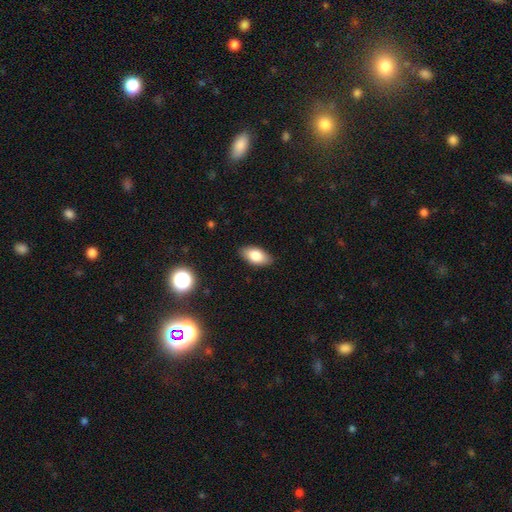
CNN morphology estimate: Smooth or featured?
  - smooth: 82% *
  - featured or disk: 11%
  - star or artifact: 7%
How rounded?
  - in between: 92% *
  - cigar-shaped: 4%
  - round: 3%
Merging?
  - none: 86% *
  - minor disturbance: 11%
  - major disturbance: 2%
  - merger: 1%